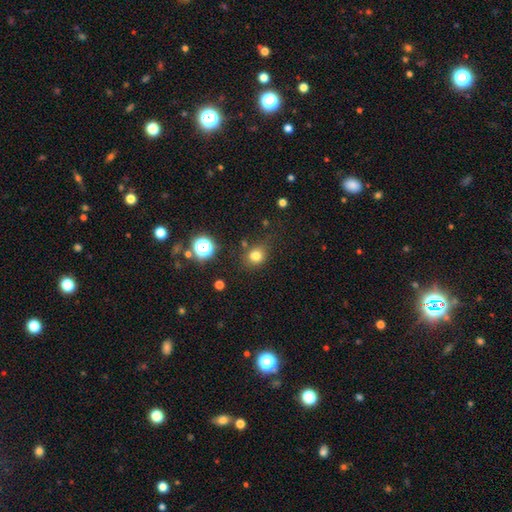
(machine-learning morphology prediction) Q: Smooth or featured?
A: smooth (77%); runner-up: star or artifact (16%)
Q: How rounded?
A: round (70%); runner-up: in between (29%)
Q: Merging?
A: none (69%); runner-up: minor disturbance (19%)